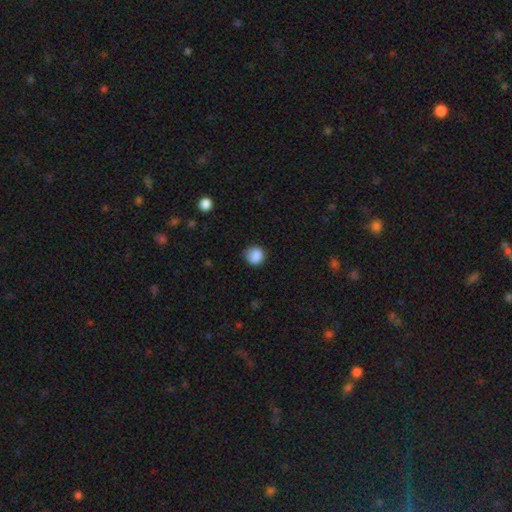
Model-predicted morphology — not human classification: type=smooth (88%); roundness=round (90%); merging=none (82%).